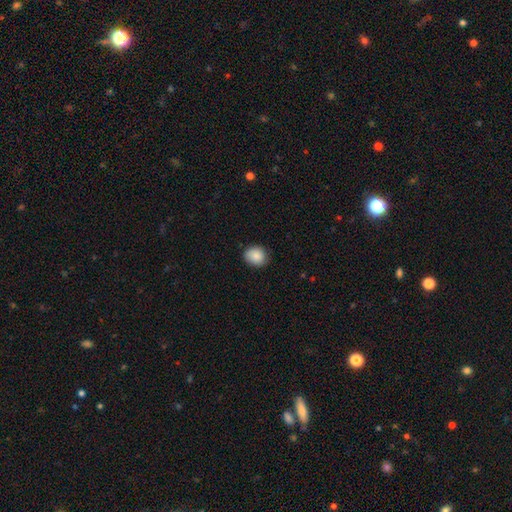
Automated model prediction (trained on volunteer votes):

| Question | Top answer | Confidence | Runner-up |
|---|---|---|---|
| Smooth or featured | smooth | 87% | star or artifact (8%) |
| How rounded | round | 69% | in between (30%) |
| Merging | none | 84% | minor disturbance (13%) |